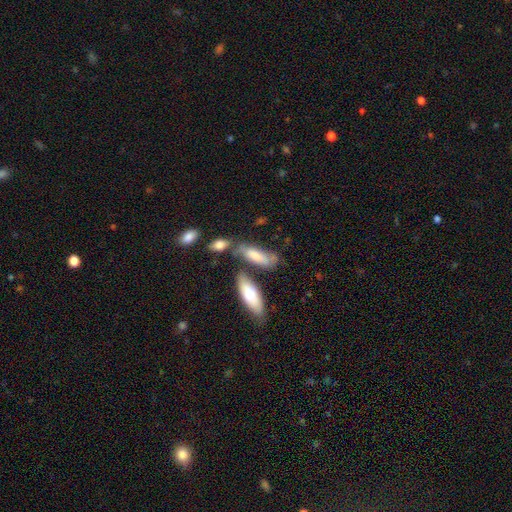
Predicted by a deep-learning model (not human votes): A smooth galaxy with no disk features (70%) that is in between round and cigar-shaped (62%).

Vote fractions:
- Smooth or featured? smooth: 70% / featured or disk: 23% / star or artifact: 7%
- How rounded? in between: 62% / cigar-shaped: 36% / round: 2%
- Merging? none: 47% / minor disturbance: 22% / merger: 21% / major disturbance: 9%